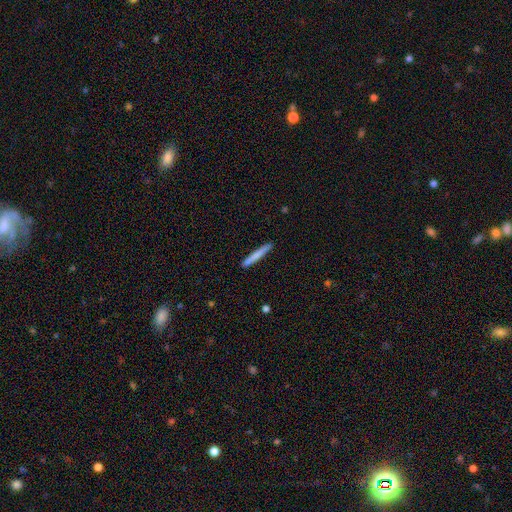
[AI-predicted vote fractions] Overall: smooth (73%). How rounded: cigar-shaped (96%). Merging: none (90%).